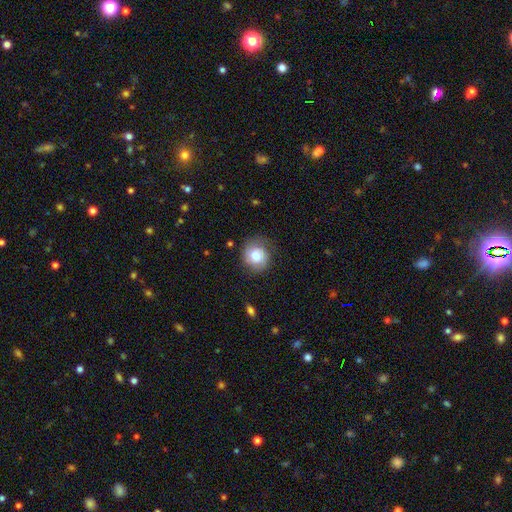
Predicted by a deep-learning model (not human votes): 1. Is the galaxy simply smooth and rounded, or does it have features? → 68% smooth, 24% featured or disk, 8% star or artifact.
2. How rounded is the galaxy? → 84% round, 15% in between, 1% cigar-shaped.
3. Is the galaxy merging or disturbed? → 72% none, 19% minor disturbance, 7% major disturbance, 1% merger.